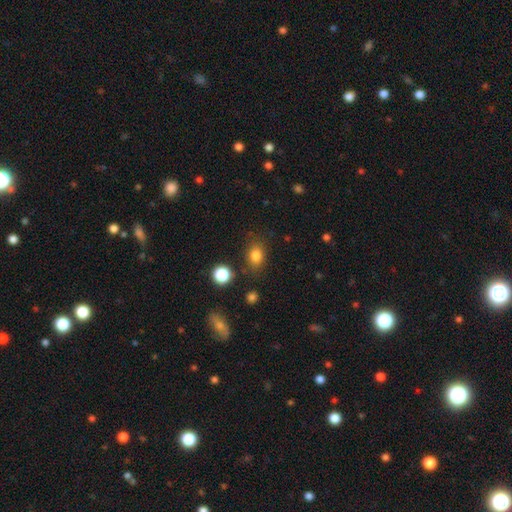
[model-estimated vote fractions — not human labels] smooth 81%, star or artifact 12%, featured or disk 6%. Down the decision tree: how rounded — in between (60%); merging — none (78%).